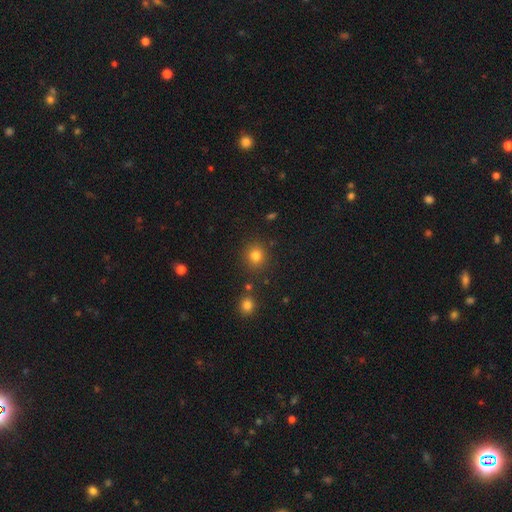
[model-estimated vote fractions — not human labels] A smooth galaxy with no disk features (81%) that is round (87%).

Vote fractions:
- Smooth or featured? smooth: 81% / star or artifact: 13% / featured or disk: 6%
- How rounded? round: 87% / in between: 12% / cigar-shaped: 1%
- Merging? none: 84% / minor disturbance: 8% / merger: 5% / major disturbance: 3%